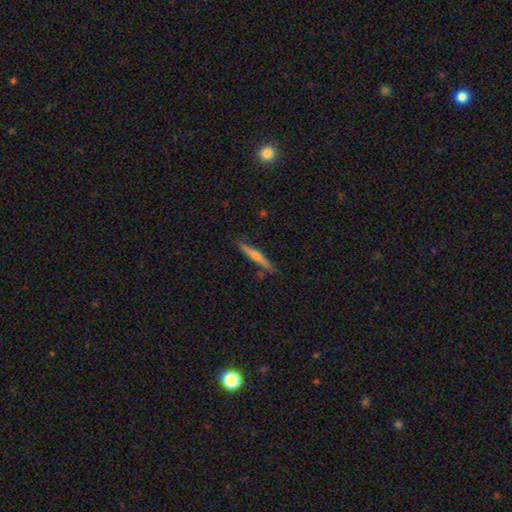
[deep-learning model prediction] smooth-or-featured: featured or disk: 60% | smooth: 33% | star or artifact: 6%
  disk-edge-on: yes: 97% | no: 3%
    edge-on-bulge: rounded: 74% | none: 19% | boxy: 7%
  merging: none: 87% | minor disturbance: 9% | merger: 2% | major disturbance: 2%